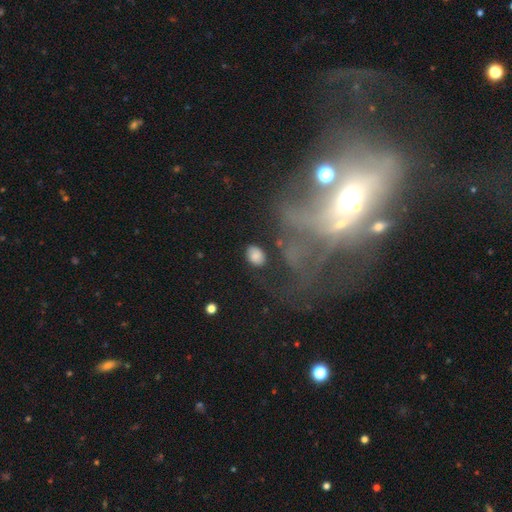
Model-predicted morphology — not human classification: type=smooth (81%); roundness=in between (76%); merging=none (76%).